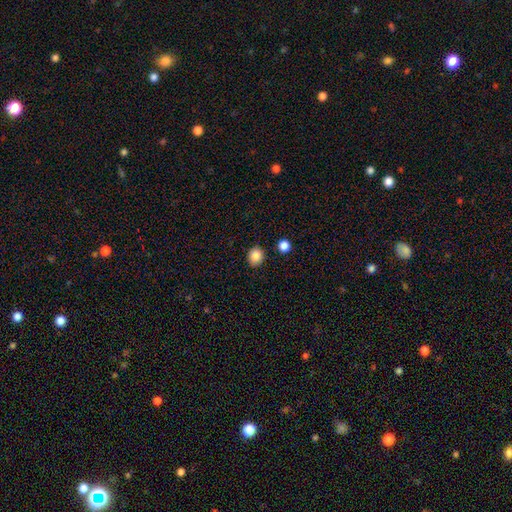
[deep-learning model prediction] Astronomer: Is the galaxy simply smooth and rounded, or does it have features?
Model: smooth — 86%.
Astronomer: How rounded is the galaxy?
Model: round — 78%.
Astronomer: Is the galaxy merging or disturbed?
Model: none — 87%.